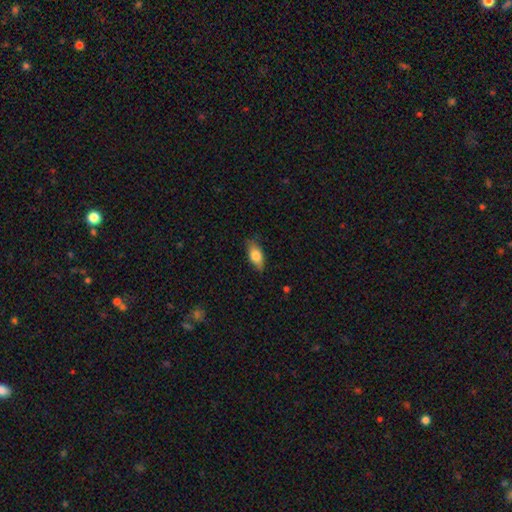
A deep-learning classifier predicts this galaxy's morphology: This is likely a smooth galaxy (73%). How rounded: clearly in between (83%). Merging: likely none (79%).